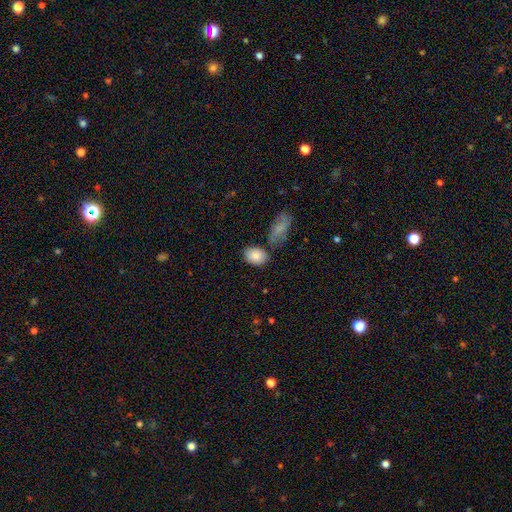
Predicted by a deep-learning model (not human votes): A smooth galaxy with no disk features (84%) that is in between round and cigar-shaped (77%). Merging: none (72%).